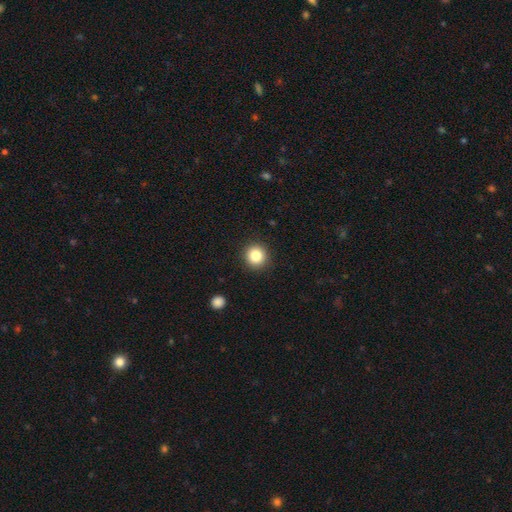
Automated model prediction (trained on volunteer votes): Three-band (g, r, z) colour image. It shows a smooth galaxy with no disk features (84%) that is round (93%). Merging: none (92%).